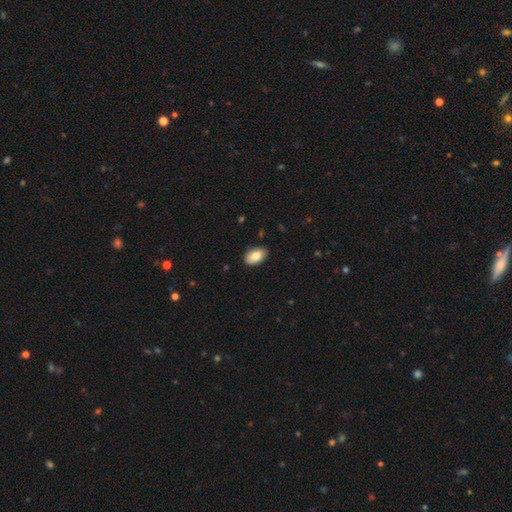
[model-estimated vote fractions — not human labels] smooth 85%, featured or disk 8%, star or artifact 7%. Down the decision tree: how rounded — in between (93%); merging — none (87%).